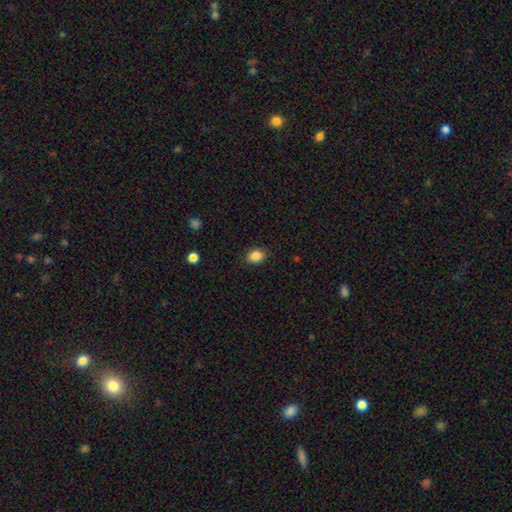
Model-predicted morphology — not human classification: type=smooth (87%); roundness=in between (64%); merging=none (87%).